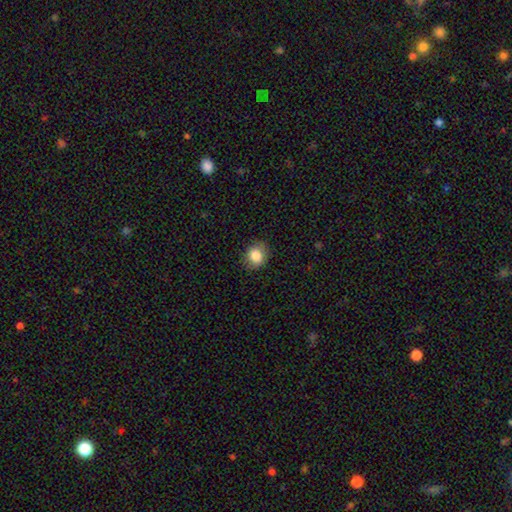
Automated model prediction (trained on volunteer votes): This is clearly a smooth galaxy (85%). How rounded: likely round (62%). Merging: clearly none (83%).